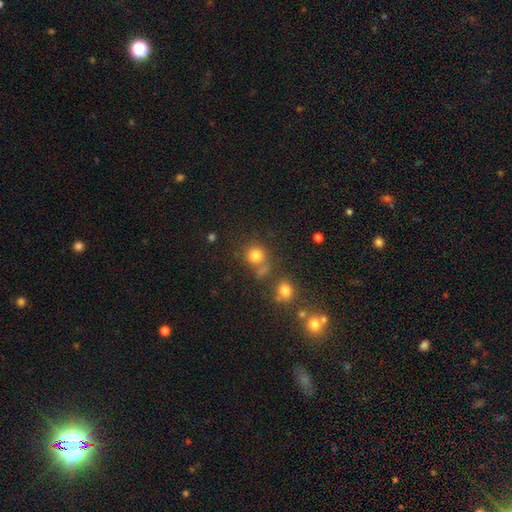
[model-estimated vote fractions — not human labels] This is likely a smooth galaxy (78%). How rounded: clearly round (87%). Merging: likely none (62%).